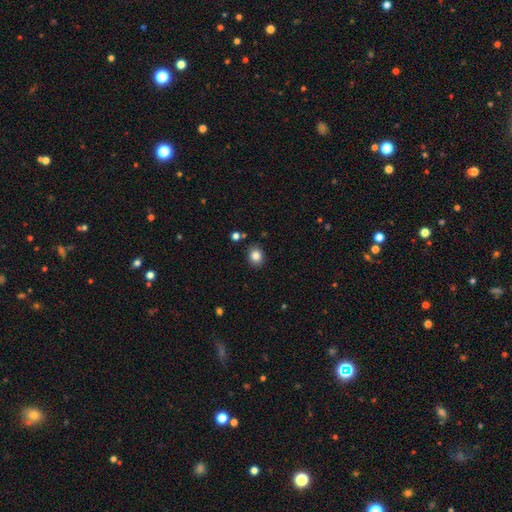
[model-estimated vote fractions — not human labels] smooth 84%, star or artifact 10%, featured or disk 6%. Down the decision tree: how rounded — round (66%); merging — none (88%).